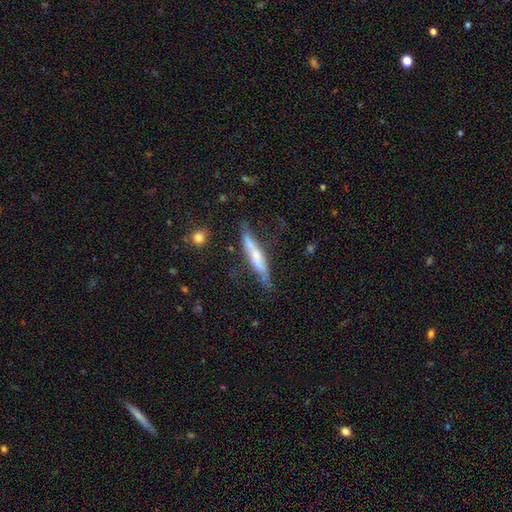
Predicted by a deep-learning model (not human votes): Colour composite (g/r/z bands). It shows a featured or disk galaxy (52%) viewed edge-on (80%). Merging: none (61%).